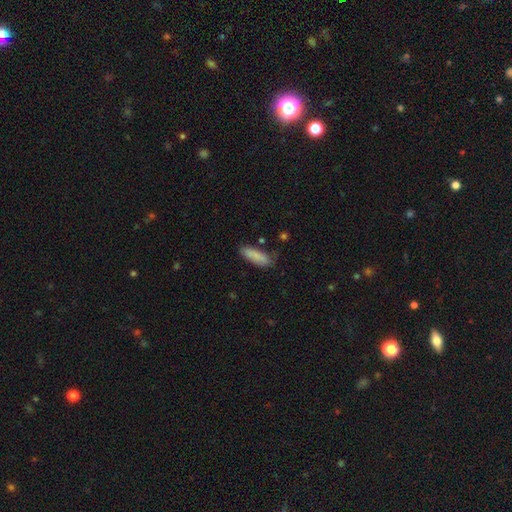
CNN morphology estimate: A smooth galaxy with no disk features (84%) that is in between round and cigar-shaped (61%).

Vote fractions:
- Smooth or featured? smooth: 84% / featured or disk: 9% / star or artifact: 7%
- How rounded? in between: 61% / cigar-shaped: 37% / round: 2%
- Merging? none: 65% / minor disturbance: 26% / major disturbance: 6% / merger: 3%